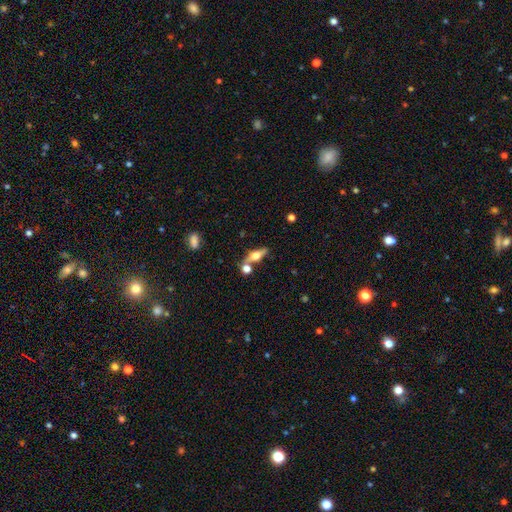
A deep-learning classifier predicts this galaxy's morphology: Smooth or featured: featured or disk — 55% (smooth — 37%)
Edge-on disk: yes — 88% (no — 12%)
Merging: none — 64% (merger — 19%)